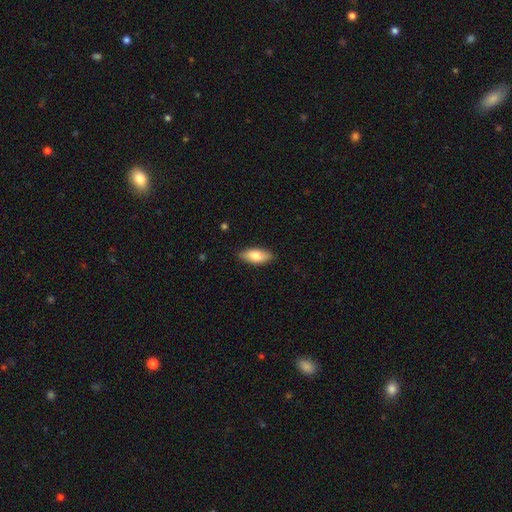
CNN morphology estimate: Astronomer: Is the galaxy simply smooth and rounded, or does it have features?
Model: smooth — 80%.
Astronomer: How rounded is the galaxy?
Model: in between — 81%.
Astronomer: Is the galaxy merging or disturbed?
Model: none — 87%.